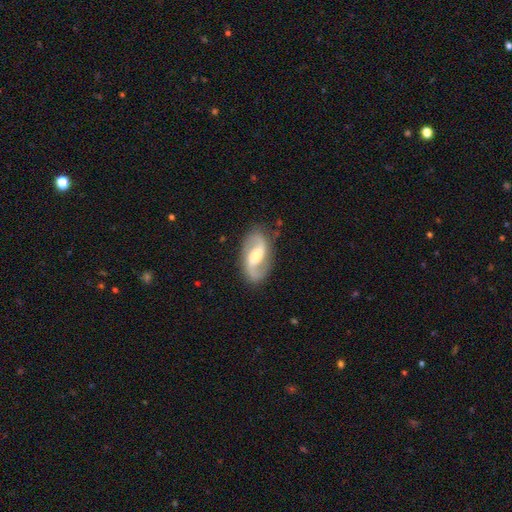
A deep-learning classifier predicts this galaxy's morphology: A featured or disk galaxy (87%) with a weak bar (44%), 2 (93%) loose (50%) spiral arms (96%) and a moderate central bulge (59%).

Vote fractions:
- Smooth or featured? featured or disk: 87% / smooth: 9% / star or artifact: 4%
- Edge-on disk? no: 97% / yes: 3%
- Bar? weak: 44% / no: 30% / strong: 26%
- Spiral arms? yes: 96% / no: 4%
- Spiral winding? loose: 50% / medium: 39% / tight: 11%
- Spiral arm count? 2: 93% / can't tell: 2% / 1: 2% / 3: 1% / 4: 1% / more than 4: 1%
- Bulge size? moderate: 59% / small: 32% / large: 6% / none: 2% / dominant: 1%
- Merging? none: 84% / minor disturbance: 11% / major disturbance: 3% / merger: 1%